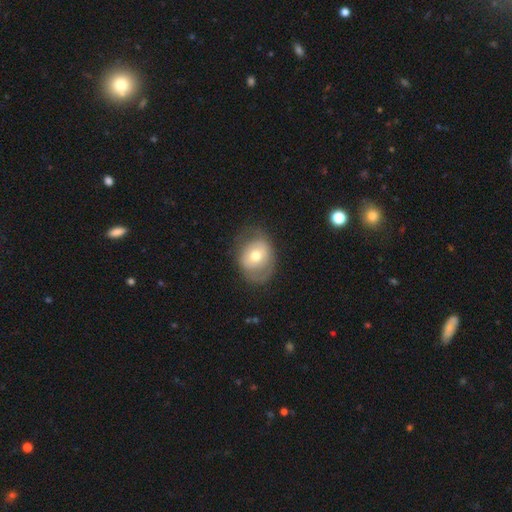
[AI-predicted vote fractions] Smooth or featured: smooth — 54% (featured or disk — 38%)
How rounded: in between — 52% (round — 47%)
Merging: none — 64% (minor disturbance — 23%)